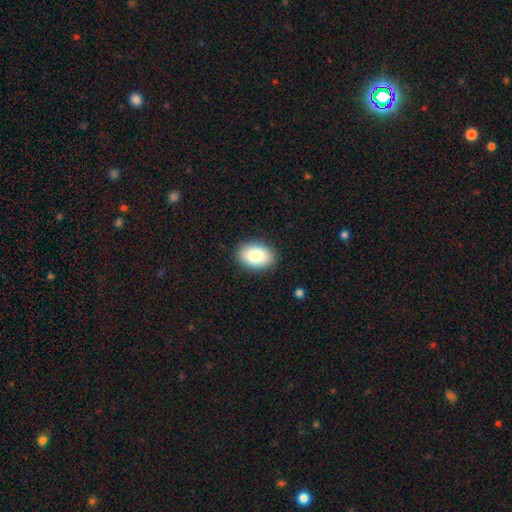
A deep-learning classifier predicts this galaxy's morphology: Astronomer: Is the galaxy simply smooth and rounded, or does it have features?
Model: smooth — 83%.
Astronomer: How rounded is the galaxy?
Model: in between — 83%.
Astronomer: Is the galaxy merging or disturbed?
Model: none — 89%.